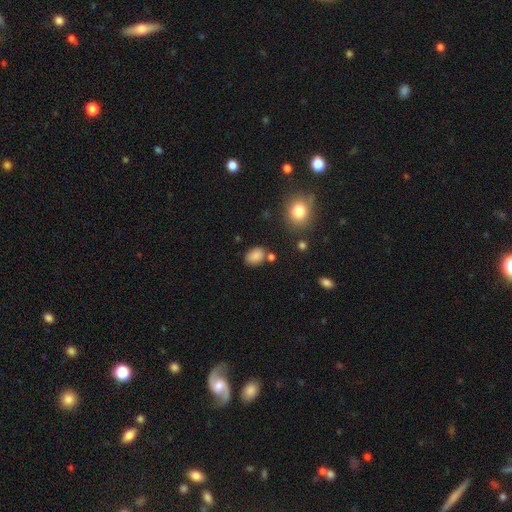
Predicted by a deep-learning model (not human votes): smooth_or_featured: smooth (p=0.84) [alt: star or artifact p=0.10]
how_rounded: in between (p=0.77) [alt: round p=0.22]
merging: none (p=0.73) [alt: minor disturbance p=0.15]